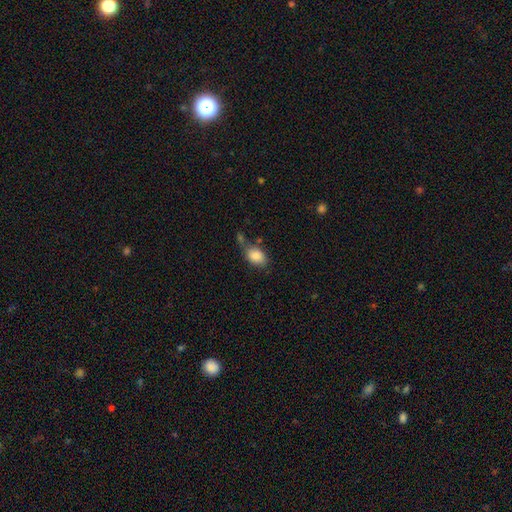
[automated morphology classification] This is clearly a smooth galaxy (85%). How rounded: clearly in between (81%). Merging: possibly none (52%).